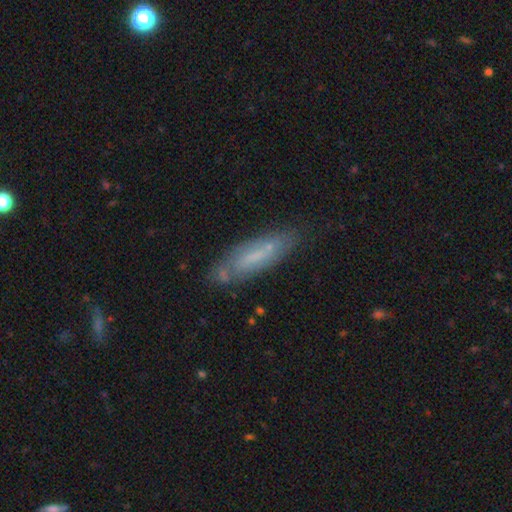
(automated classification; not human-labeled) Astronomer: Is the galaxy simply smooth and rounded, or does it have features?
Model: smooth — 48% (runner-up: featured or disk, 43%).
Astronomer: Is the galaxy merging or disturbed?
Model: none — 71%.